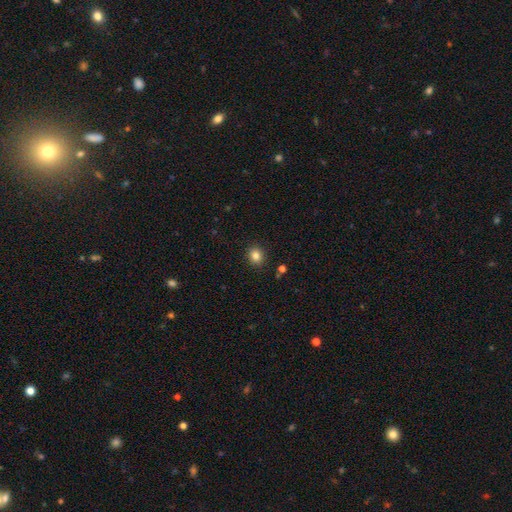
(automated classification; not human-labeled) A smooth galaxy with no disk features (83%) that is round (72%).

Vote fractions:
- Smooth or featured? smooth: 83% / star or artifact: 11% / featured or disk: 6%
- How rounded? round: 72% / in between: 27% / cigar-shaped: 1%
- Merging? none: 90% / minor disturbance: 6% / major disturbance: 2% / merger: 1%